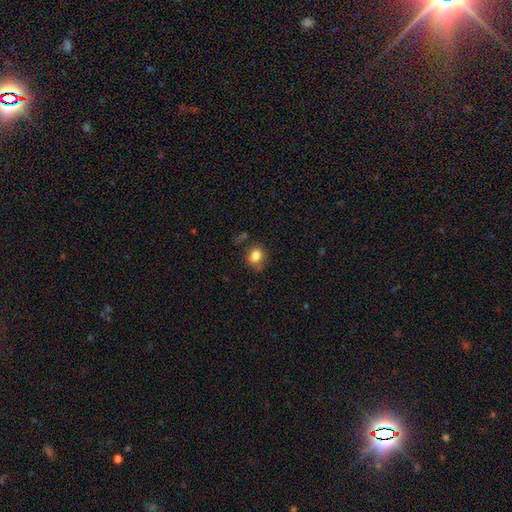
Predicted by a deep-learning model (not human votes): smooth 82%, star or artifact 10%, featured or disk 9%. Down the decision tree: how rounded — round (57%); merging — none (72%).